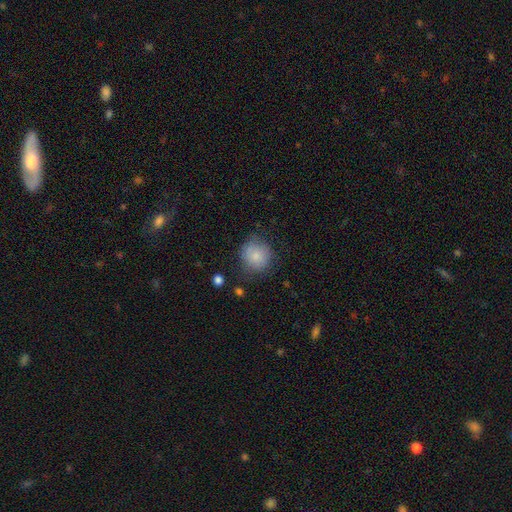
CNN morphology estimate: Smooth or featured: smooth — 81% (featured or disk — 11%)
How rounded: round — 87% (in between — 12%)
Merging: none — 69% (minor disturbance — 22%)